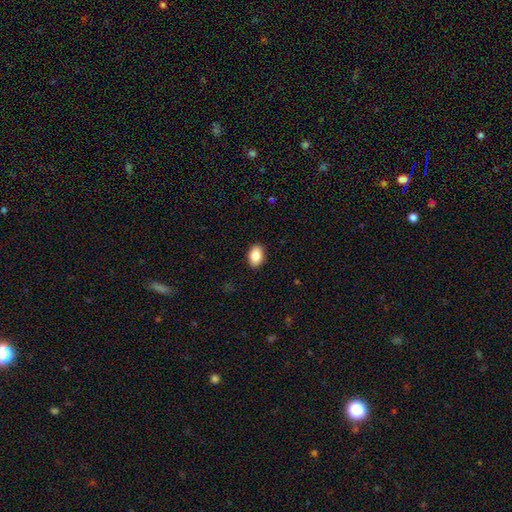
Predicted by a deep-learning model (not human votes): Morphology: type=smooth (87%); roundness=in between (85%); merging=none (90%).